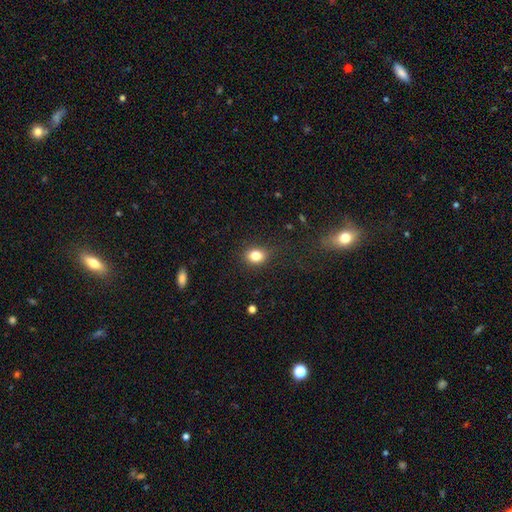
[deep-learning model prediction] This appears to be a smooth galaxy with no disk features (82%) that is in between round and cigar-shaped (50%). Merging: none (83%).